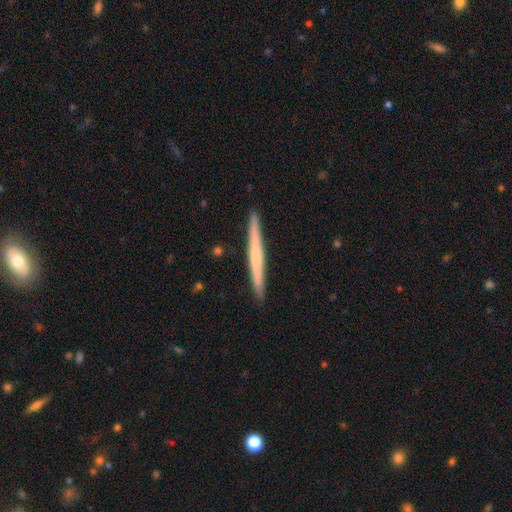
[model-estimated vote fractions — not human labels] Q: Smooth or featured?
A: featured or disk (50%); runner-up: smooth (45%)
Q: Edge-on disk?
A: yes (98%); runner-up: no (2%)
Q: Merging?
A: none (92%); runner-up: minor disturbance (6%)